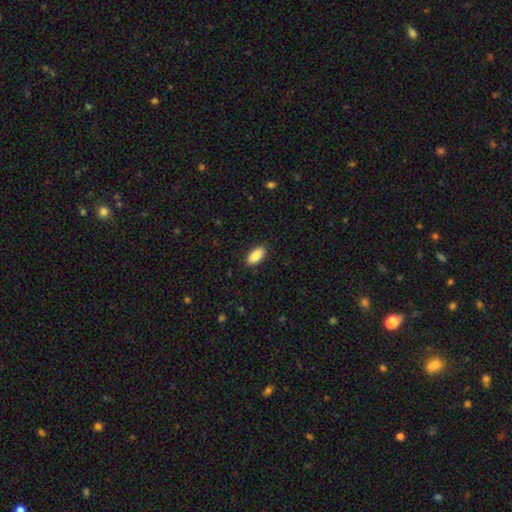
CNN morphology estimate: smooth_or_featured: smooth (p=0.89) [alt: star or artifact p=0.06]
how_rounded: in between (p=0.90) [alt: cigar-shaped p=0.07]
merging: none (p=0.89) [alt: minor disturbance p=0.08]